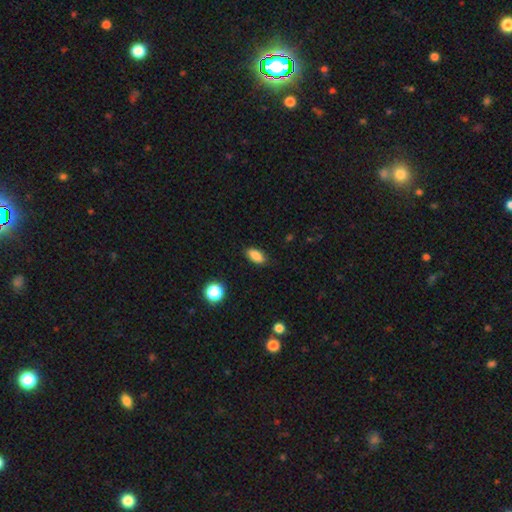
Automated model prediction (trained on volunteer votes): This is clearly a smooth galaxy (86%). How rounded: clearly in between (88%). Merging: clearly none (86%).